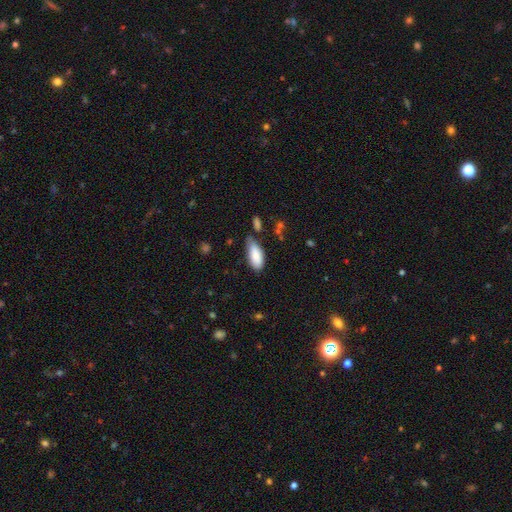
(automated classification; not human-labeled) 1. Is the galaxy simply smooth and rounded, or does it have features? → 86% smooth, 8% featured or disk, 6% star or artifact.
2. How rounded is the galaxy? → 86% in between, 12% cigar-shaped, 2% round.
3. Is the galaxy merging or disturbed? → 52% none, 34% minor disturbance, 8% major disturbance, 6% merger.